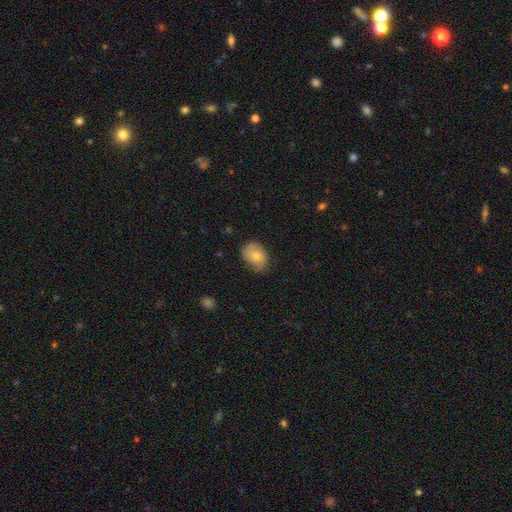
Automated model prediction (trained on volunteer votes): Smooth or featured? Predicted: smooth (p=0.72). How rounded? Predicted: in between (p=0.71). Merging? Predicted: none (p=0.65).